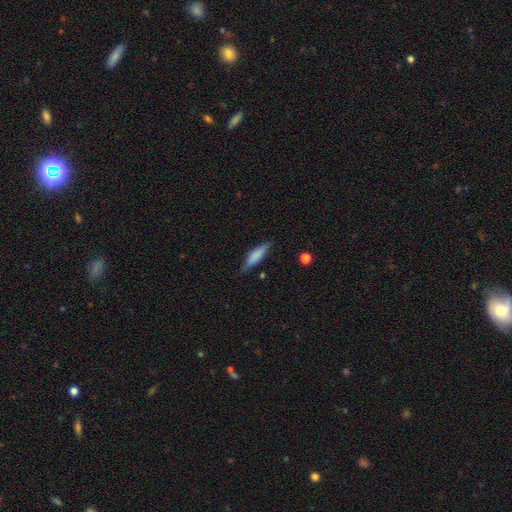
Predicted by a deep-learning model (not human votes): This is likely a smooth galaxy (74%). How rounded: likely cigar-shaped (67%). Merging: likely none (76%).